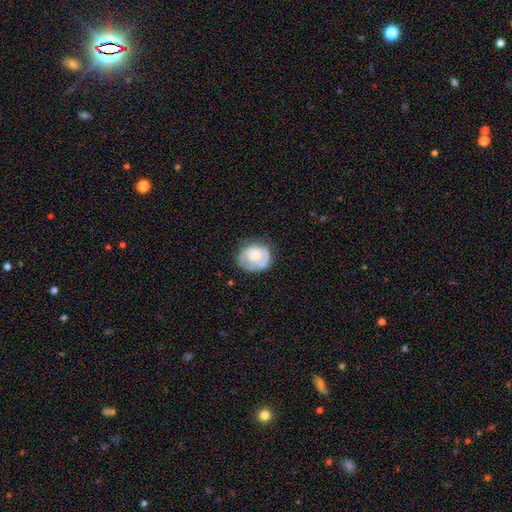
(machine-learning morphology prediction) This is possibly a featured or disk galaxy (50%). Merging: possibly none (59%).